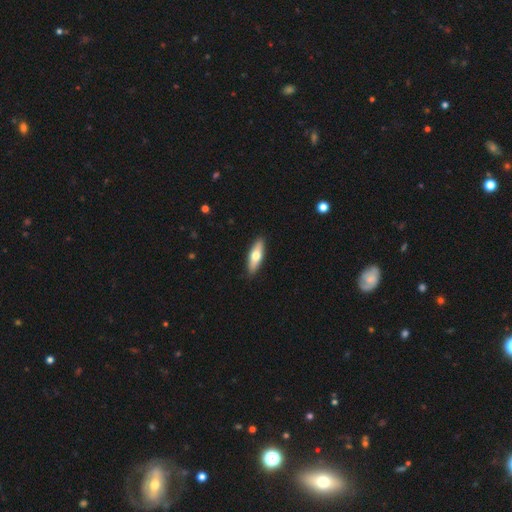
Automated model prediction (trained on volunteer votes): The model was most divided on "how rounded": in between: 50%, cigar-shaped: 47%, round: 2%. More confident: merging — none (90%); smooth or featured — smooth (60%).